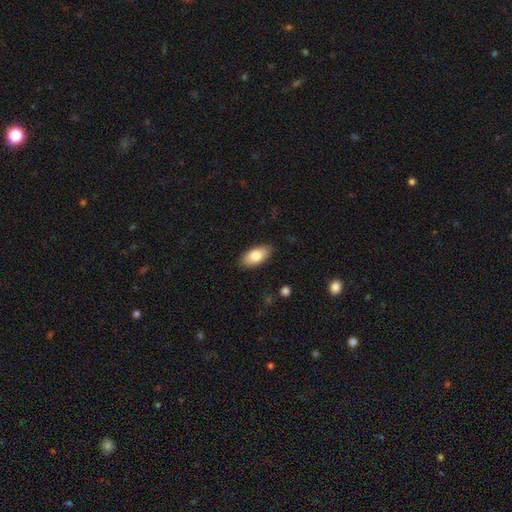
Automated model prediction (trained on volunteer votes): smooth_or_featured: smooth (p=0.79) [alt: featured or disk p=0.14]
how_rounded: in between (p=0.92) [alt: cigar-shaped p=0.06]
merging: none (p=0.87) [alt: minor disturbance p=0.09]